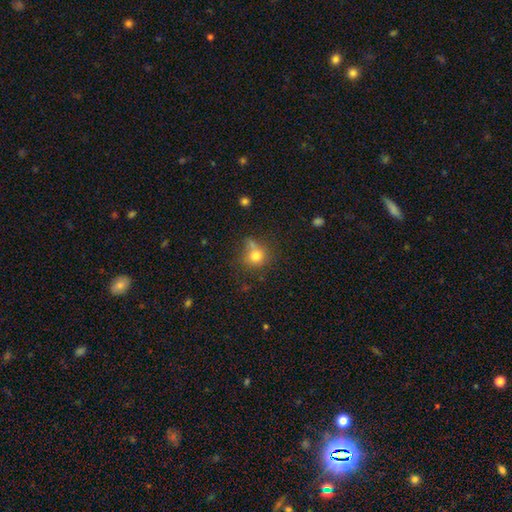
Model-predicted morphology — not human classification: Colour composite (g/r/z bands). It shows a smooth galaxy with no disk features (76%) that is round (83%). Merging: none (60%).